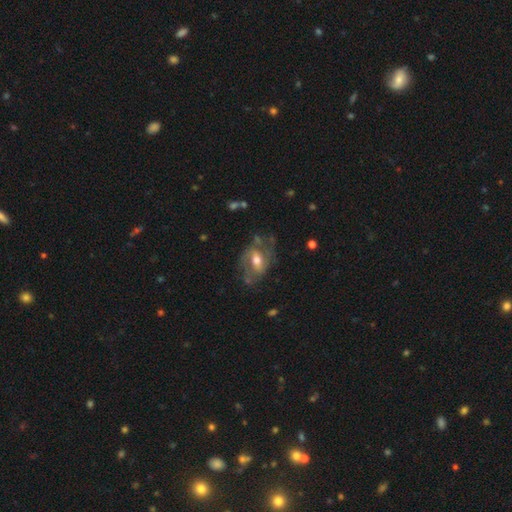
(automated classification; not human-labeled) featured or disk 70%, smooth 22%, star or artifact 8%. Down the decision tree: edge-on disk — no (95%); bar — weak (43%); spiral arms — yes (74%); bulge size — moderate (71%); merging — none (56%).